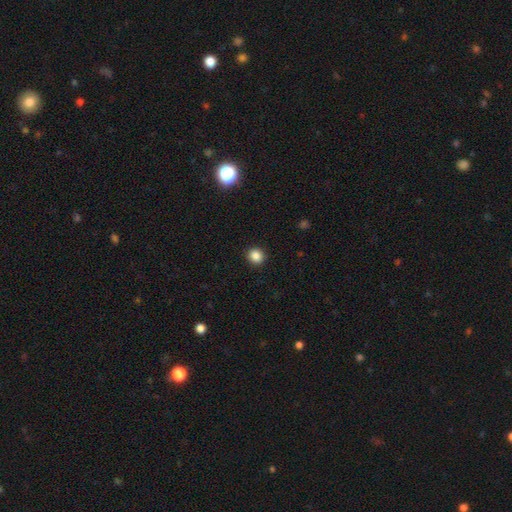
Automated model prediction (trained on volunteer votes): smooth 87%, star or artifact 10%, featured or disk 3%. Down the decision tree: how rounded — round (82%); merging — none (92%).